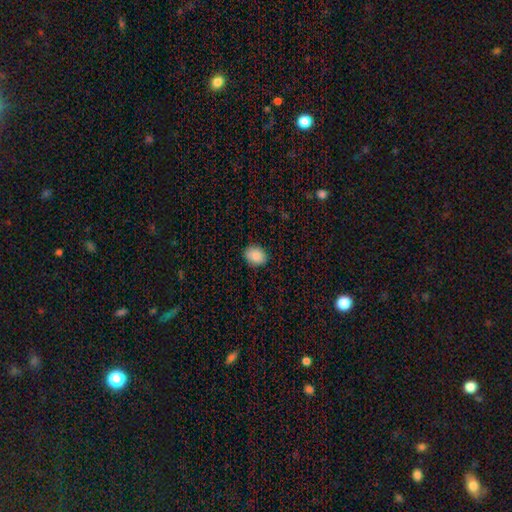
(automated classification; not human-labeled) This is clearly a smooth galaxy (88%). How rounded: possibly in between (59%). Merging: clearly none (87%).